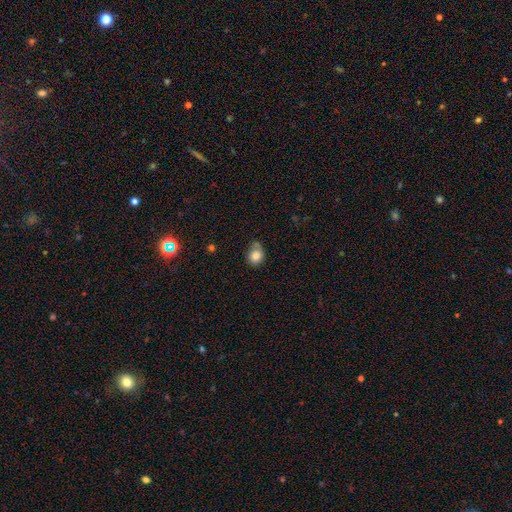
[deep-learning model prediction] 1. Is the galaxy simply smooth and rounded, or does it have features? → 82% smooth, 10% star or artifact, 9% featured or disk.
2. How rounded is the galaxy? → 59% round, 40% in between, 1% cigar-shaped.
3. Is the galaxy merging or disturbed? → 50% none, 34% minor disturbance, 9% major disturbance, 7% merger.